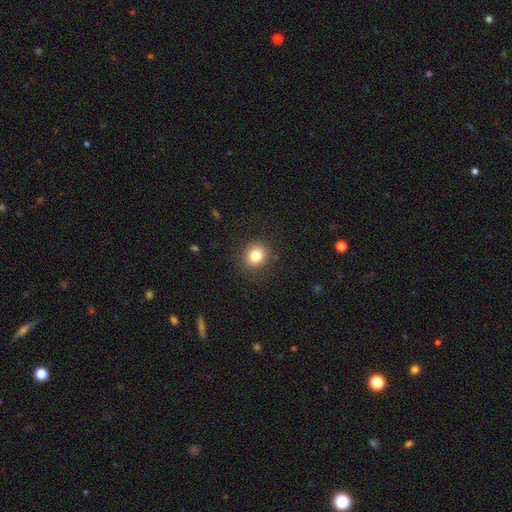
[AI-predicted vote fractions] Q: Smooth or featured?
A: smooth (82%); runner-up: star or artifact (11%)
Q: How rounded?
A: round (83%); runner-up: in between (16%)
Q: Merging?
A: none (88%); runner-up: minor disturbance (8%)